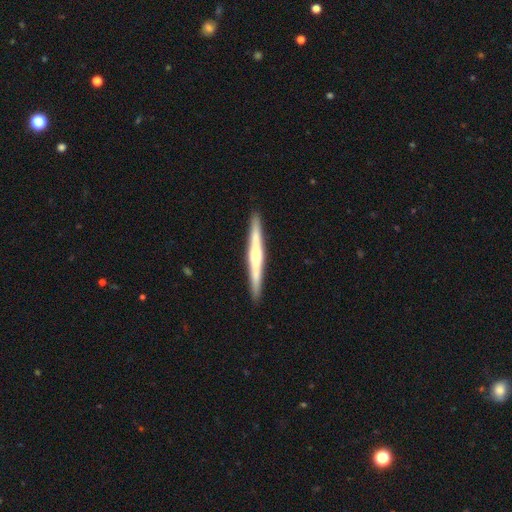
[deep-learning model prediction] Morphology: type=featured or disk (64%); edge-on=yes (98%); edge-on bulge=rounded (60%); merging=none (92%).